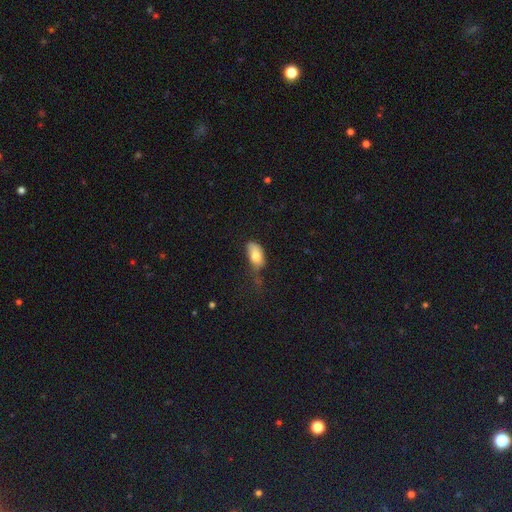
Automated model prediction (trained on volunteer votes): This is likely a smooth galaxy (77%). How rounded: clearly in between (91%). Merging: marginally minor disturbance (39%).